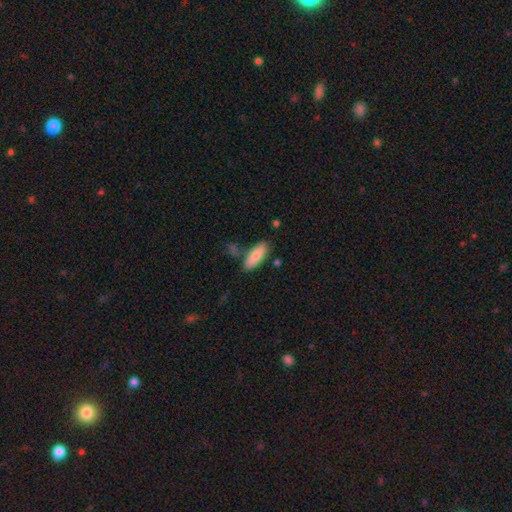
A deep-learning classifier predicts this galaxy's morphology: type=smooth (81%); roundness=in between (71%); merging=none (75%).